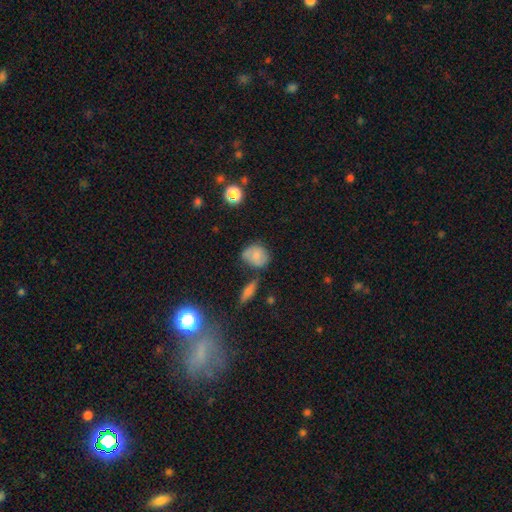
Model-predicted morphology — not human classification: smooth_or_featured: smooth (p=0.69) [alt: featured or disk p=0.22]
how_rounded: round (p=0.61) [alt: in between p=0.38]
merging: none (p=0.57) [alt: minor disturbance p=0.25]